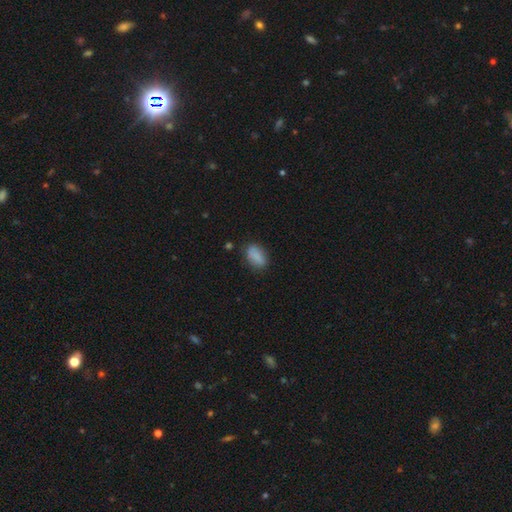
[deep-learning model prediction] The model was most divided on "merging": none: 76%, minor disturbance: 18%, major disturbance: 4%, merger: 2%. More confident: how rounded — in between (89%); smooth or featured — smooth (86%).